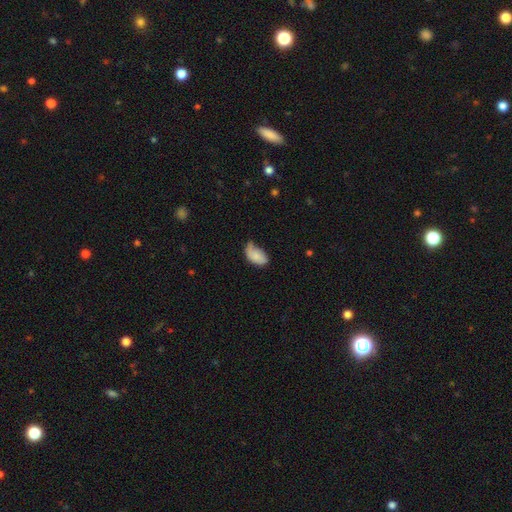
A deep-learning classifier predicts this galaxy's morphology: A smooth galaxy with no disk features (78%) that is in between round and cigar-shaped (93%). Merging: minor disturbance (42%).